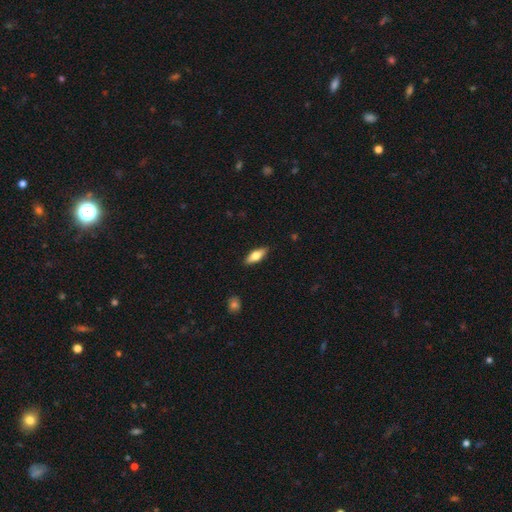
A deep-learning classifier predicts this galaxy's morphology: smooth-or-featured: smooth: 62% | featured or disk: 32% | star or artifact: 6%
  how-rounded: in between: 65% | cigar-shaped: 32% | round: 3%
  merging: none: 88% | minor disturbance: 9% | major disturbance: 2% | merger: 1%